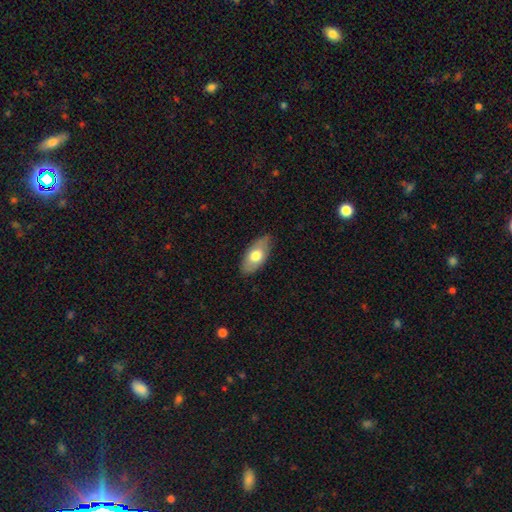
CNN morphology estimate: Smooth or featured? Predicted: smooth (p=0.67). How rounded? Predicted: in between (p=0.91). Merging? Predicted: none (p=0.80).